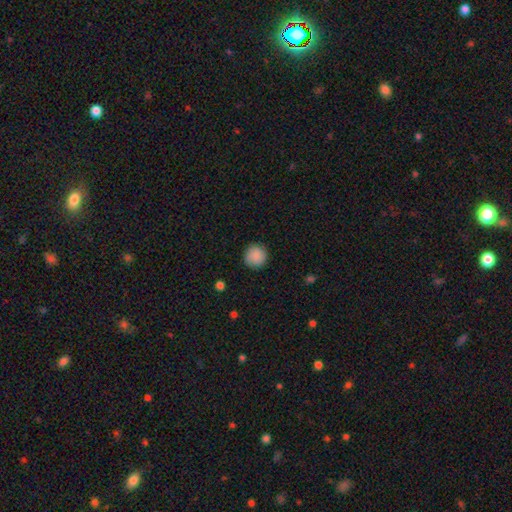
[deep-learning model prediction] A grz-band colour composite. It shows a smooth galaxy with no disk features (88%) that is round (93%). Merging: none (88%).